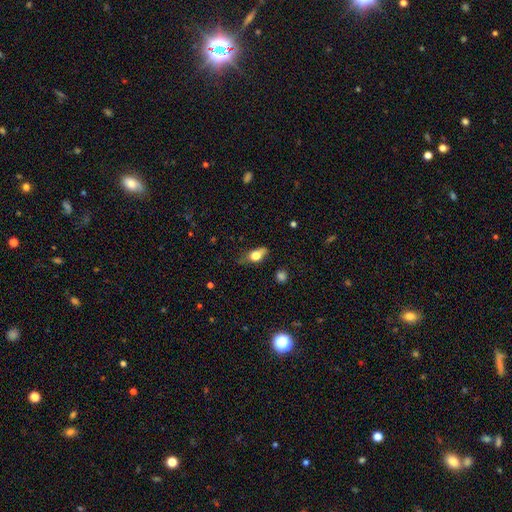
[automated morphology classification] smooth_or_featured: smooth (p=0.64) [alt: featured or disk p=0.27]
how_rounded: in between (p=0.72) [alt: cigar-shaped p=0.15]
merging: none (p=0.55) [alt: minor disturbance p=0.31]